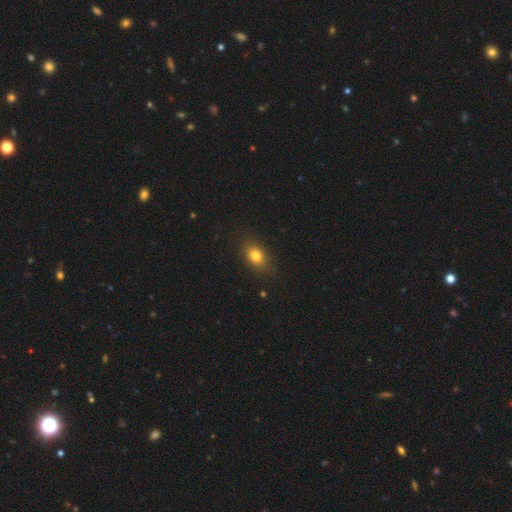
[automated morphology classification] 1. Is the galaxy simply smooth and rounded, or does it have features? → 80% smooth, 11% star or artifact, 9% featured or disk.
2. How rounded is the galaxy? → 75% in between, 22% round, 3% cigar-shaped.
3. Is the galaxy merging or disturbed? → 84% none, 11% minor disturbance, 3% major disturbance, 1% merger.